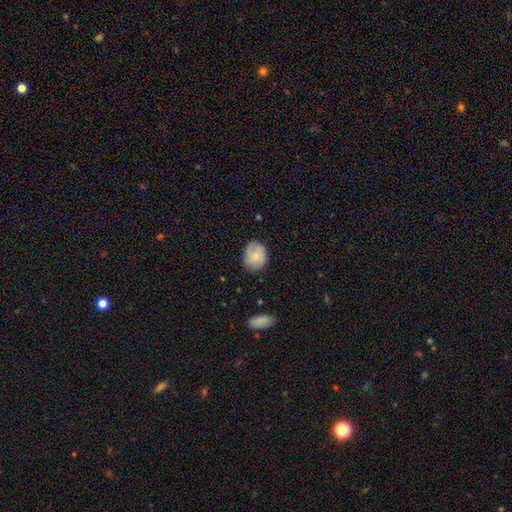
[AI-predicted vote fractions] The model was most divided on "how rounded": round: 54%, in between: 45%, cigar-shaped: 1%. More confident: merging — none (72%); smooth or featured — smooth (68%).